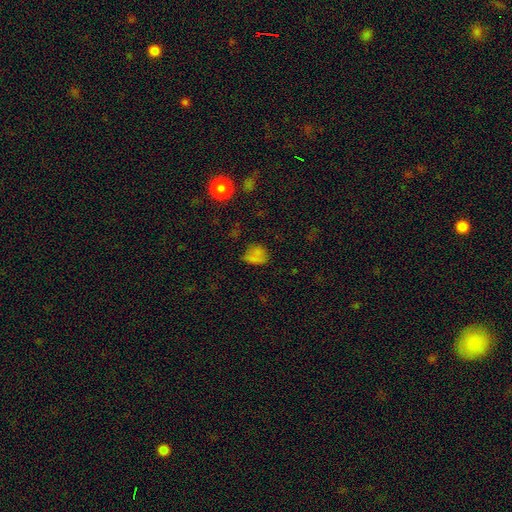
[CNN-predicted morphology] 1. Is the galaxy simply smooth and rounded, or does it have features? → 65% smooth, 25% star or artifact, 10% featured or disk.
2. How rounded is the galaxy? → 51% round, 47% in between, 3% cigar-shaped.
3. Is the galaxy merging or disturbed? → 57% none, 22% minor disturbance, 12% major disturbance, 9% merger.